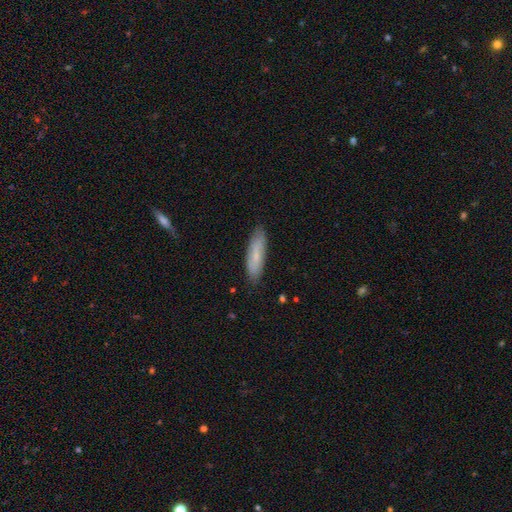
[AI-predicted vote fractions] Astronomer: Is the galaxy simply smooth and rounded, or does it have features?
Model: smooth — 66%.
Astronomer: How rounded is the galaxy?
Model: cigar-shaped — 57% (runner-up: in between, 42%).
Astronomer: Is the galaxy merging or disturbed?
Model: none — 84%.